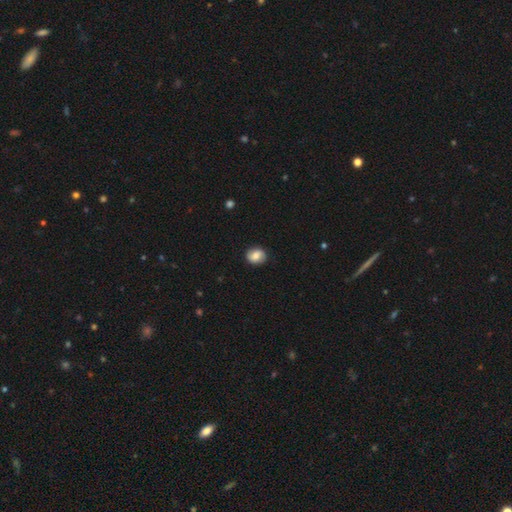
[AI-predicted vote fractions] Q: Smooth or featured?
A: smooth (75%); runner-up: featured or disk (16%)
Q: How rounded?
A: round (62%); runner-up: in between (37%)
Q: Merging?
A: none (86%); runner-up: minor disturbance (11%)